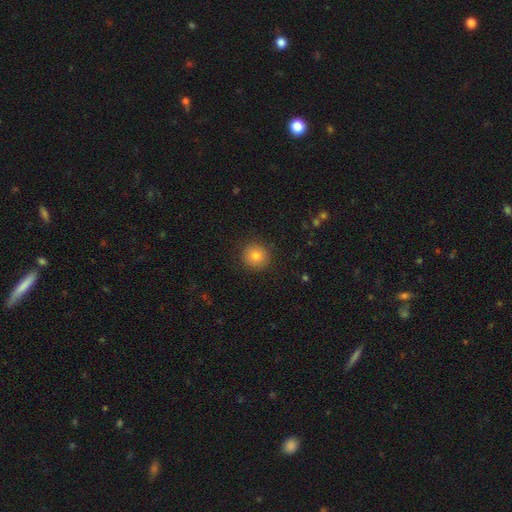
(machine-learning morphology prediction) The model was most divided on "smooth or featured": smooth: 80%, star or artifact: 11%, featured or disk: 9%. More confident: how rounded — round (92%); merging — none (90%).